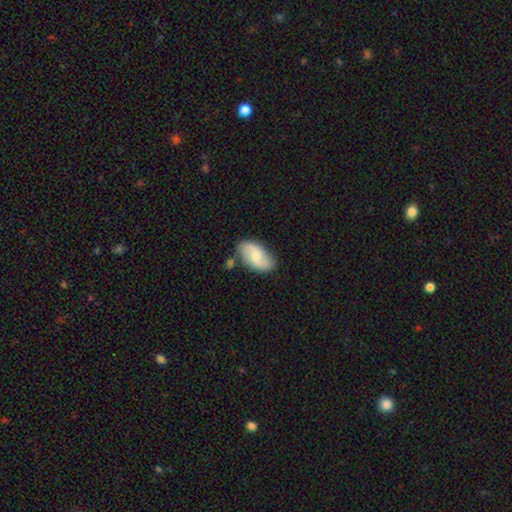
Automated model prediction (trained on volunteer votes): Morphology: type=featured or disk (48%); merging=none (73%).